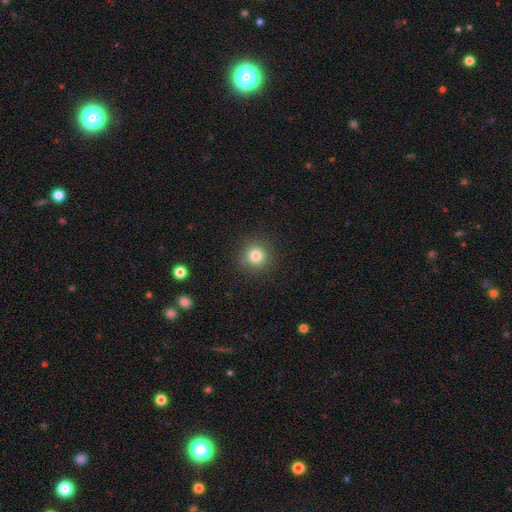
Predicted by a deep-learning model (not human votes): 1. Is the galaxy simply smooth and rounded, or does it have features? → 81% smooth, 12% star or artifact, 7% featured or disk.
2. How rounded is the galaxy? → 94% round, 5% in between, 1% cigar-shaped.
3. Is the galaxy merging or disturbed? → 89% none, 7% minor disturbance, 3% major disturbance, 1% merger.